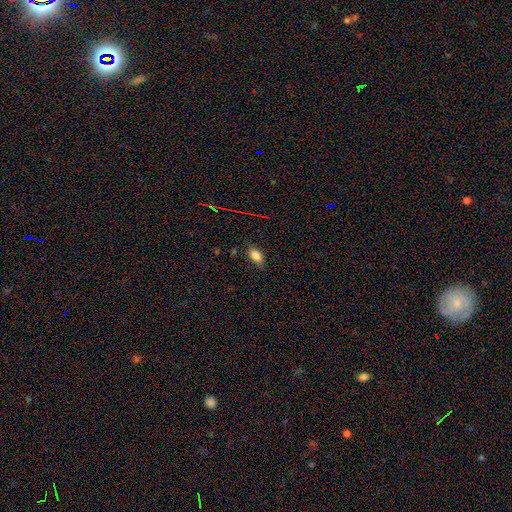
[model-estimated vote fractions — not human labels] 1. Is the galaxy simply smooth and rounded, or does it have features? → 81% smooth, 11% star or artifact, 8% featured or disk.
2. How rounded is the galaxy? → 88% in between, 8% round, 5% cigar-shaped.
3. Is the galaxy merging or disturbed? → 76% none, 18% minor disturbance, 4% major disturbance, 2% merger.